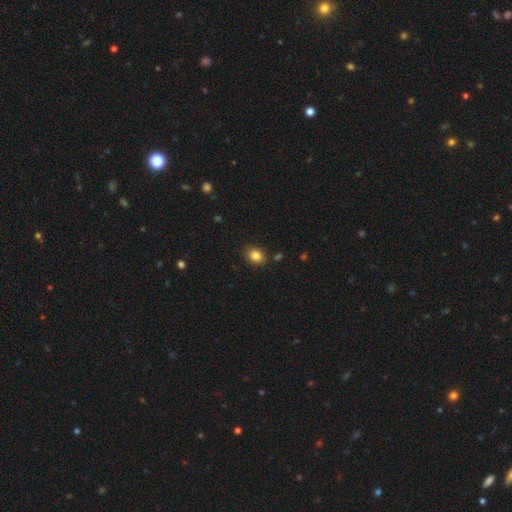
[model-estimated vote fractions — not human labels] A smooth galaxy with no disk features (84%) that is in between round and cigar-shaped (50%). Merging: none (84%).